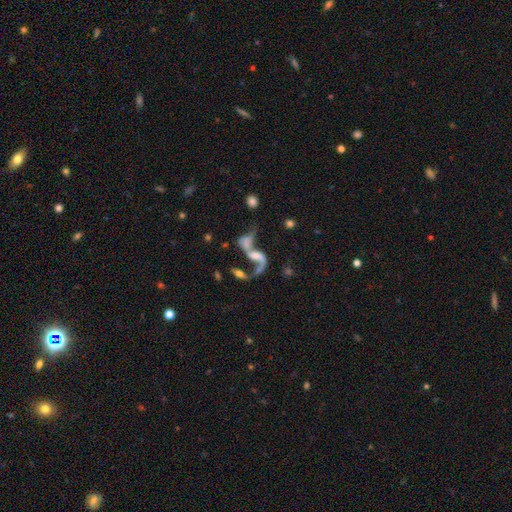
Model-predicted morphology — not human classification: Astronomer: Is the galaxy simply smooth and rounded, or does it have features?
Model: featured or disk — 70%.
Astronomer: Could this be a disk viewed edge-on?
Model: no — 94%.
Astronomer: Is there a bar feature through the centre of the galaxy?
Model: no — 53% (runner-up: weak, 31%).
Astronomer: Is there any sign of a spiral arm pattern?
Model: yes — 76%.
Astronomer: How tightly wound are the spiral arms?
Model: loose — 86%.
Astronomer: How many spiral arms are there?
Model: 2 — 63%.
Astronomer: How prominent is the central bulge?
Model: none — 43% (runner-up: small, 25%).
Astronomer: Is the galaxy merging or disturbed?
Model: merger — 54%.